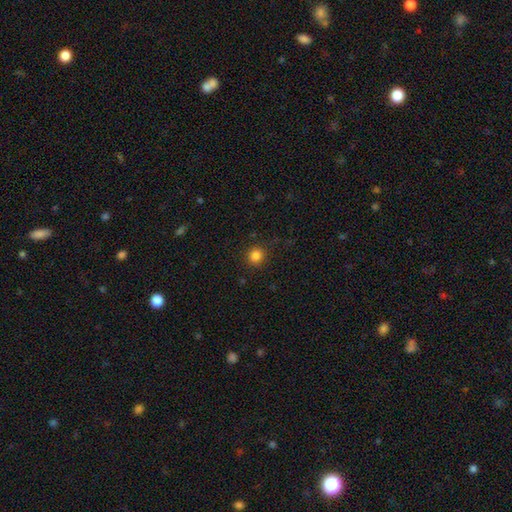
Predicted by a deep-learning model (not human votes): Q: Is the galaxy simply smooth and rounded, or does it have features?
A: smooth — 84%.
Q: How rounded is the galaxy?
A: round — 92%.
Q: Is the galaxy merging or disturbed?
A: none — 88%.